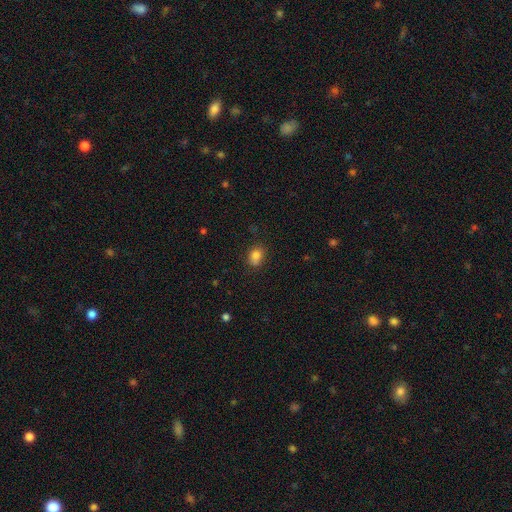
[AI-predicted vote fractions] smooth 83%, star or artifact 11%, featured or disk 6%. Down the decision tree: how rounded — in between (61%); merging — none (76%).